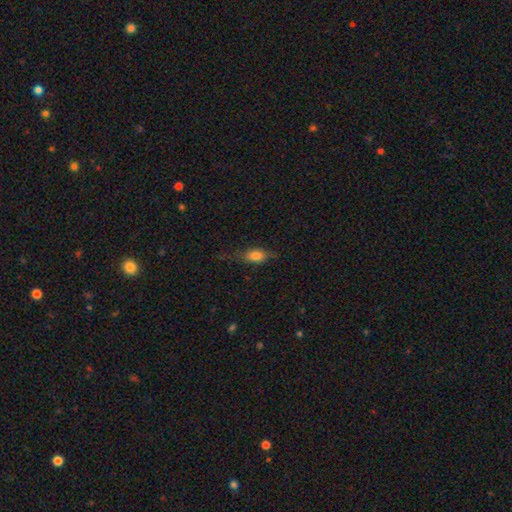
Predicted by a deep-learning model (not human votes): Smooth or featured? Predicted: smooth (p=0.74). How rounded? Predicted: in between (p=0.81). Merging? Predicted: none (p=0.59).